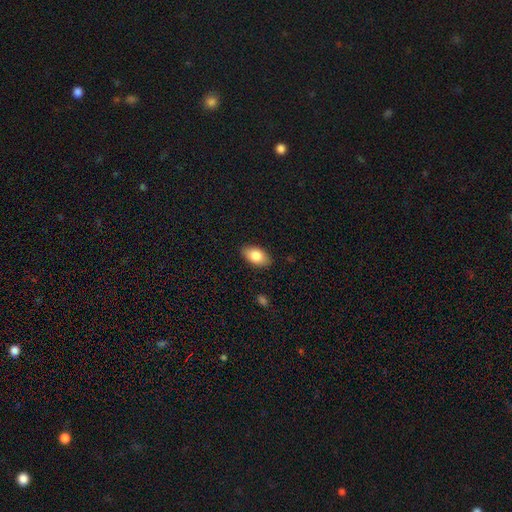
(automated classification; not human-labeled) Morphology: type=smooth (83%); roundness=in between (93%); merging=none (87%).